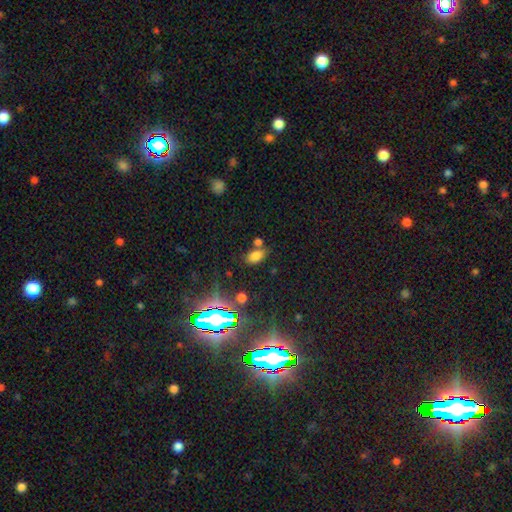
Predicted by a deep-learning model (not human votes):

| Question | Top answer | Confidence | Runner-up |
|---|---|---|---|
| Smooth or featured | smooth | 70% | star or artifact (22%) |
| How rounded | in between | 87% | round (11%) |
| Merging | none | 64% | merger (18%) |